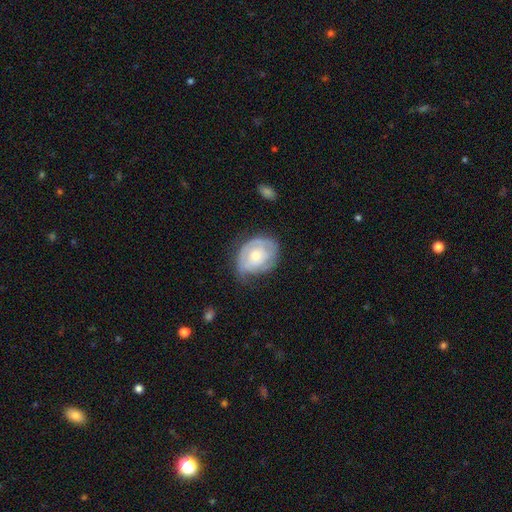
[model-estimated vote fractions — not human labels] Q: Smooth or featured?
A: featured or disk (62%); runner-up: smooth (32%)
Q: Edge-on disk?
A: no (96%); runner-up: yes (4%)
Q: Bar?
A: no (82%); runner-up: weak (15%)
Q: Spiral arms?
A: yes (68%); runner-up: no (32%)
Q: Bulge size?
A: moderate (51%); runner-up: small (44%)
Q: Merging?
A: none (51%); runner-up: minor disturbance (34%)